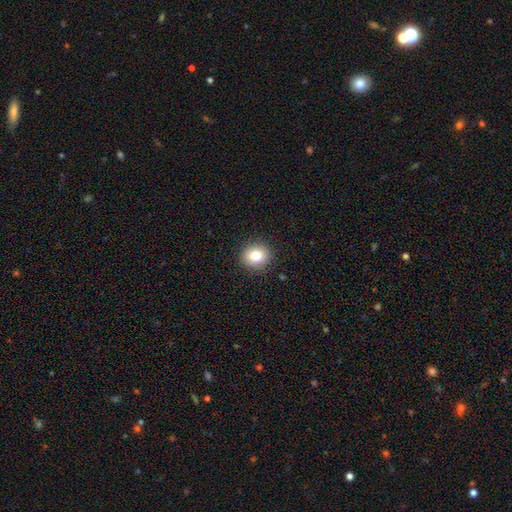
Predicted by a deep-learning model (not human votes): smooth 81%, star or artifact 11%, featured or disk 9%. Down the decision tree: how rounded — round (81%); merging — none (91%).